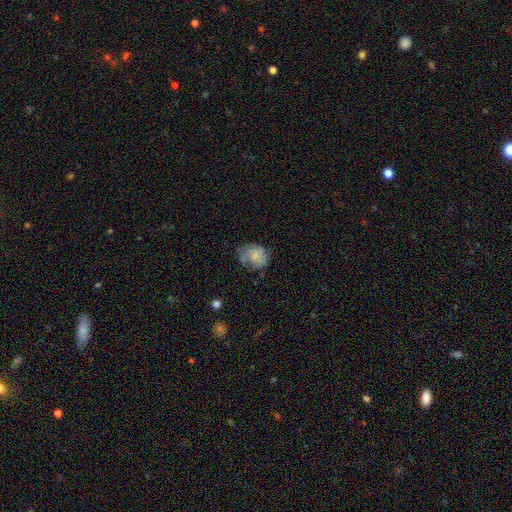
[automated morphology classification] Overall: smooth (56%; featured or disk 35%). How rounded: round (59%; in between 40%). Merging: none (49%; minor disturbance 30%).